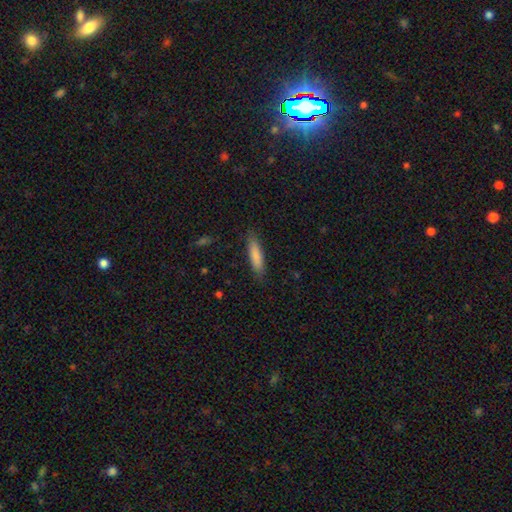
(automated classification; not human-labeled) The model was most divided on "how rounded": cigar-shaped: 73%, in between: 25%, round: 1%. More confident: merging — none (86%); smooth or featured — smooth (84%).